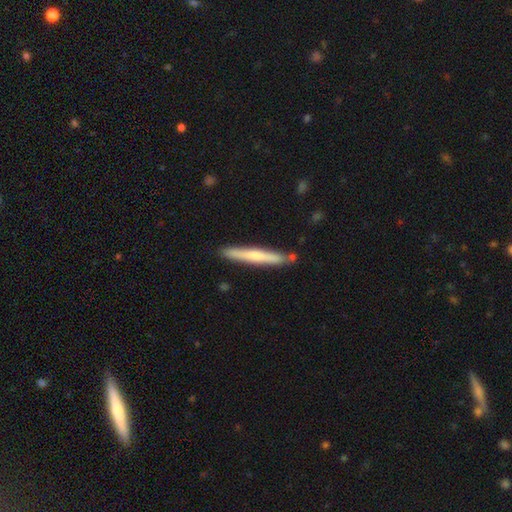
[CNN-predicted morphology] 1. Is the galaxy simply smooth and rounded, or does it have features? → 57% smooth, 38% featured or disk, 5% star or artifact.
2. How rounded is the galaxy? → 96% cigar-shaped, 3% in between, 1% round.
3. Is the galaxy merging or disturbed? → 86% none, 9% minor disturbance, 3% merger, 2% major disturbance.